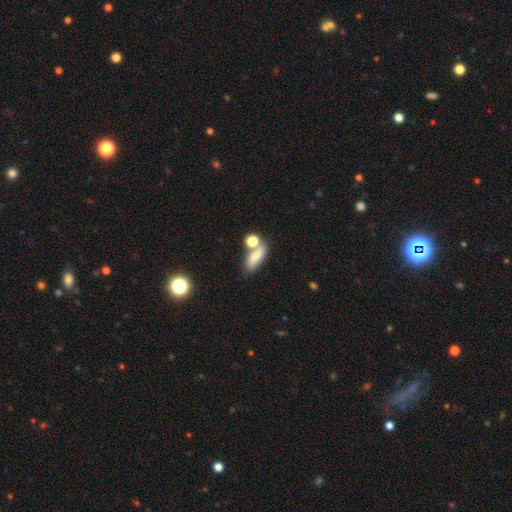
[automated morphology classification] Smooth or featured: smooth — 76% (featured or disk — 13%)
How rounded: in between — 65% (cigar-shaped — 25%)
Merging: none — 48% (merger — 30%)